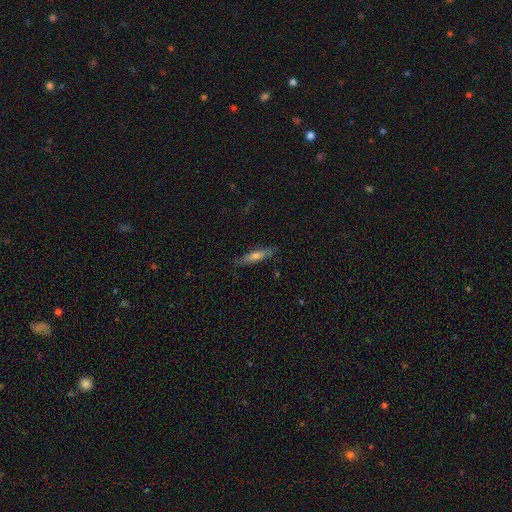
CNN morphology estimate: Smooth or featured? smooth (54%)
How rounded? cigar-shaped (86%)
Merging? none (85%)